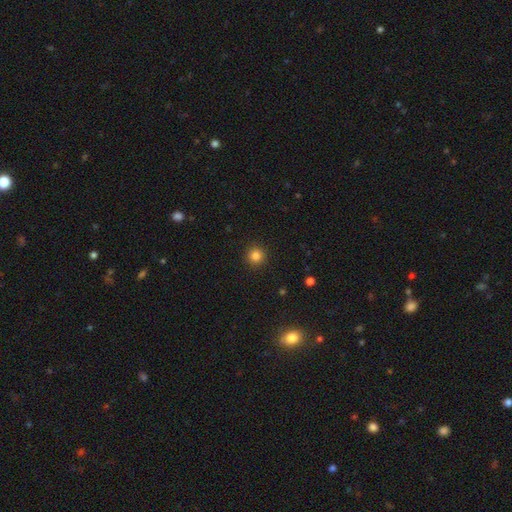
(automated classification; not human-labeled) smooth_or_featured: smooth (p=0.83) [alt: star or artifact p=0.12]
how_rounded: round (p=0.95) [alt: in between p=0.04]
merging: none (p=0.92) [alt: minor disturbance p=0.05]